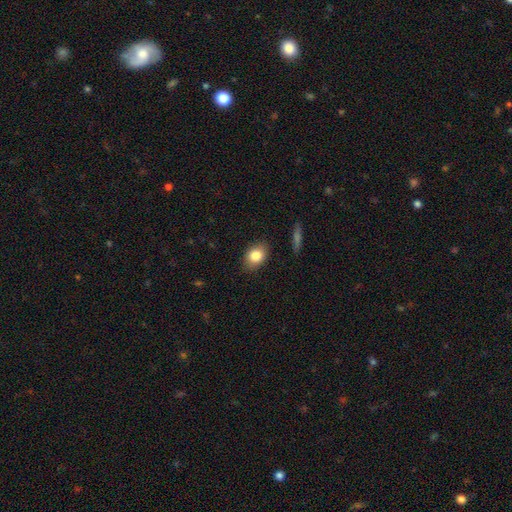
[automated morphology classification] Smooth or featured? Predicted: smooth (p=0.82). How rounded? Predicted: in between (p=0.67). Merging? Predicted: none (p=0.86).